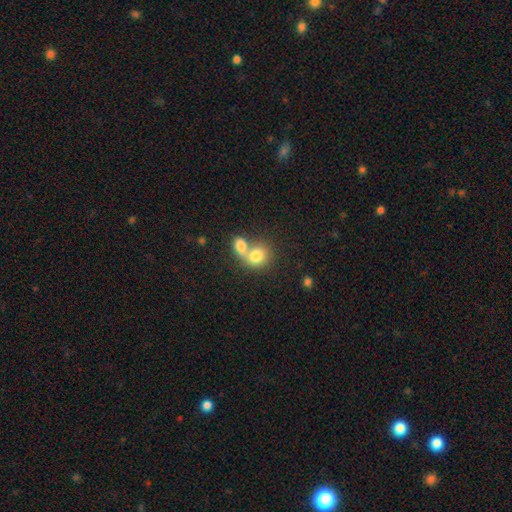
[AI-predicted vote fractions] A smooth galaxy with no disk features (78%) that is round (63%).

Vote fractions:
- Smooth or featured? smooth: 78% / featured or disk: 14% / star or artifact: 8%
- How rounded? round: 63% / in between: 36% / cigar-shaped: 1%
- Merging? merger: 69% / none: 22% / minor disturbance: 6% / major disturbance: 3%